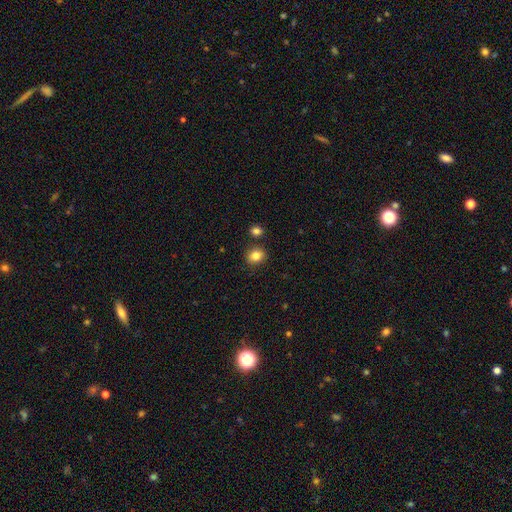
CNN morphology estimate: Q: Smooth or featured?
A: smooth (84%); runner-up: star or artifact (11%)
Q: How rounded?
A: round (64%); runner-up: in between (35%)
Q: Merging?
A: none (83%); runner-up: minor disturbance (9%)